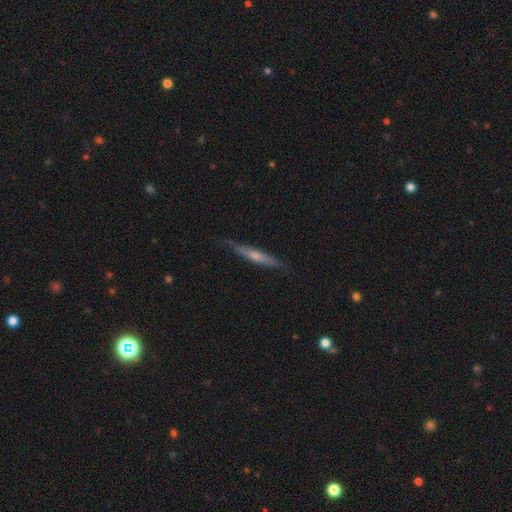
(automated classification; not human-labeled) Smooth or featured? Predicted: featured or disk (p=0.51). Edge-on disk? Predicted: yes (p=0.93). Merging? Predicted: none (p=0.80).